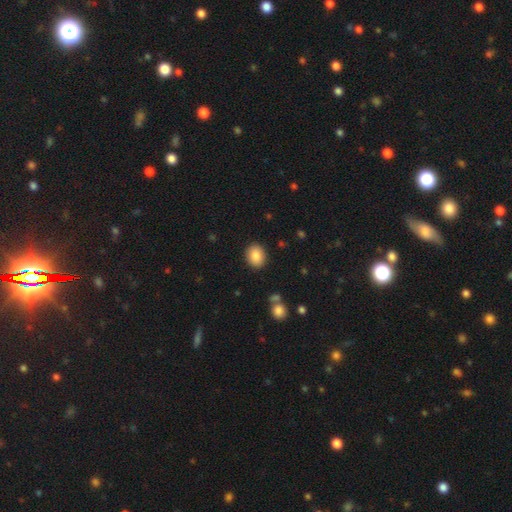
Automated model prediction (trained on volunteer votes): The model was most divided on "how rounded": round: 54%, in between: 45%, cigar-shaped: 1%. More confident: merging — none (89%); smooth or featured — smooth (85%).